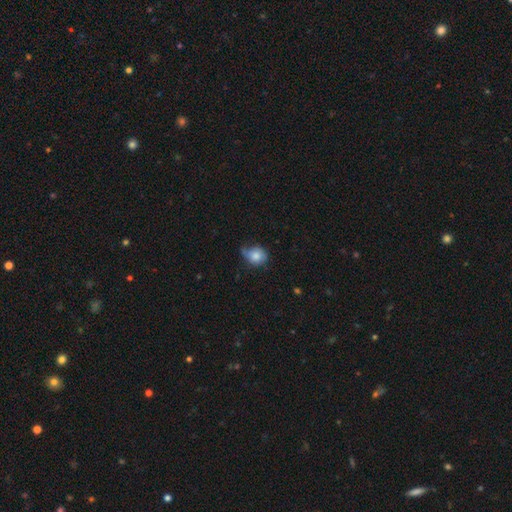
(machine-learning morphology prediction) The model was most divided on "merging": none: 46%, minor disturbance: 37%, major disturbance: 12%, merger: 6%. More confident: smooth or featured — smooth (79%); how rounded — round (70%).